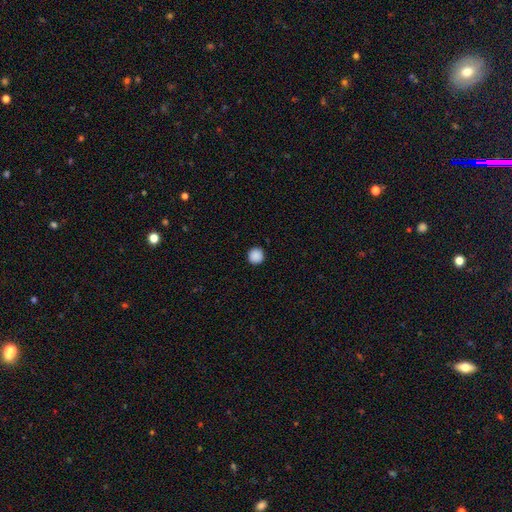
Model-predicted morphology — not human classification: type=smooth (89%); roundness=round (95%); merging=none (93%).